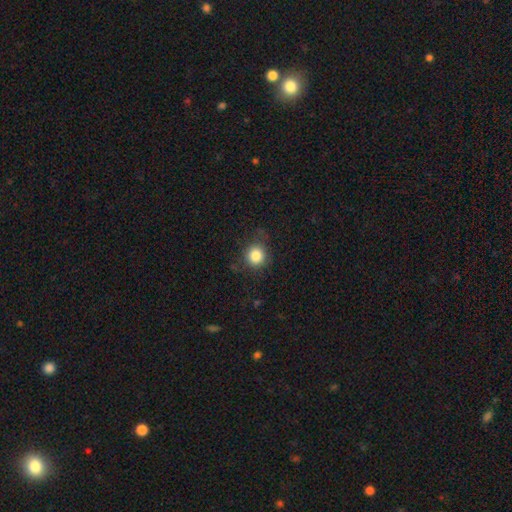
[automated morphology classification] type=smooth (84%); roundness=round (89%); merging=none (80%).